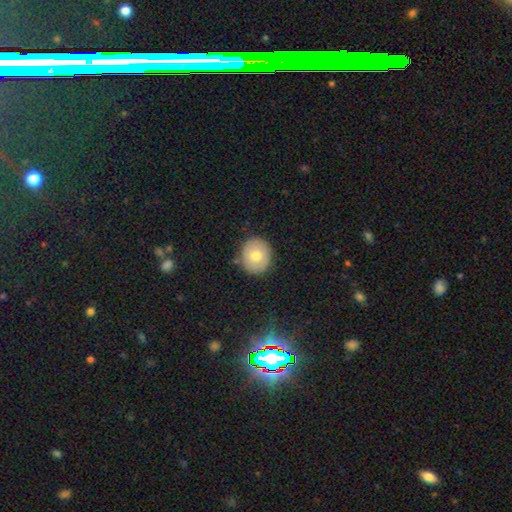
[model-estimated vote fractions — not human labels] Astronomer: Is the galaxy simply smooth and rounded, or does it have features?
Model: smooth — 72%.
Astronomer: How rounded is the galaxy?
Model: round — 81%.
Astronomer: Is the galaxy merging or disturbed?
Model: none — 85%.